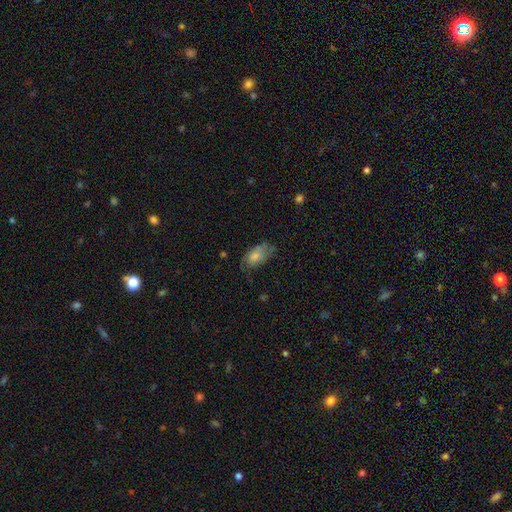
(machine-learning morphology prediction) Overall: smooth (69%). How rounded: in between (91%). Merging: none (46%; minor disturbance 33%).